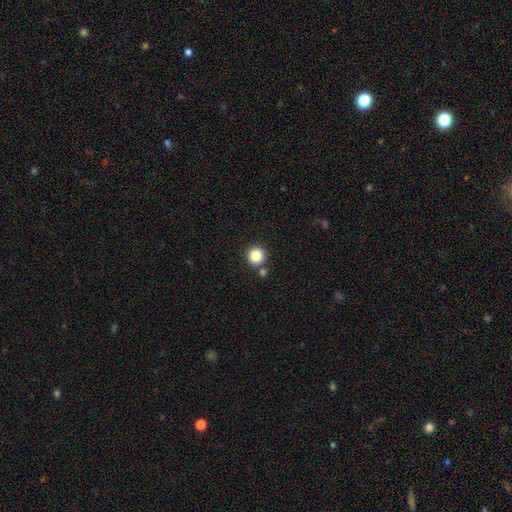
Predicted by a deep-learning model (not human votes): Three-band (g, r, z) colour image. It shows a smooth galaxy with no disk features (86%) that is round (95%). Merging: none (82%).